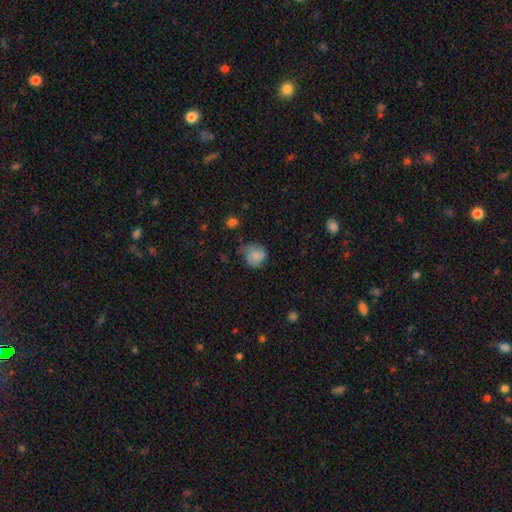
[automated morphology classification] A smooth galaxy with no disk features (73%) that is round (75%).

Vote fractions:
- Smooth or featured? smooth: 73% / featured or disk: 17% / star or artifact: 10%
- How rounded? round: 75% / in between: 24% / cigar-shaped: 1%
- Merging? none: 48% / minor disturbance: 32% / major disturbance: 17% / merger: 2%